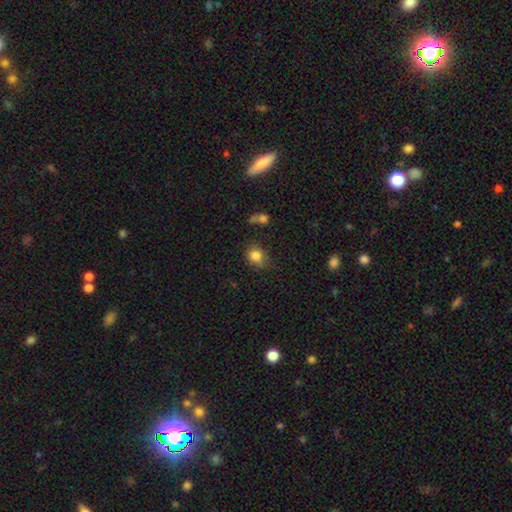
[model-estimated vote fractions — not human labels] This appears to be a smooth galaxy with no disk features (83%) that is round (64%). Merging: none (64%).